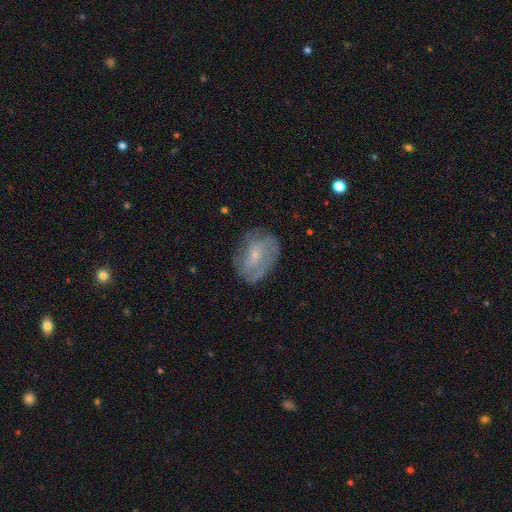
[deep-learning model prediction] Smooth or featured: featured or disk — 56% (smooth — 35%)
Edge-on disk: no — 95% (yes — 5%)
Bar: no — 49% (weak — 41%)
Spiral arms: yes — 65% (no — 35%)
Bulge size: small — 62% (moderate — 27%)
Merging: none — 63% (minor disturbance — 23%)